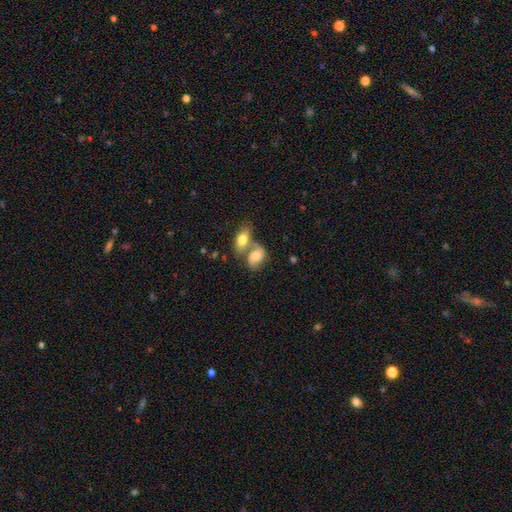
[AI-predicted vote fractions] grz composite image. It shows a featured or disk galaxy (46%, tied with smooth). Merging: merger (58%).